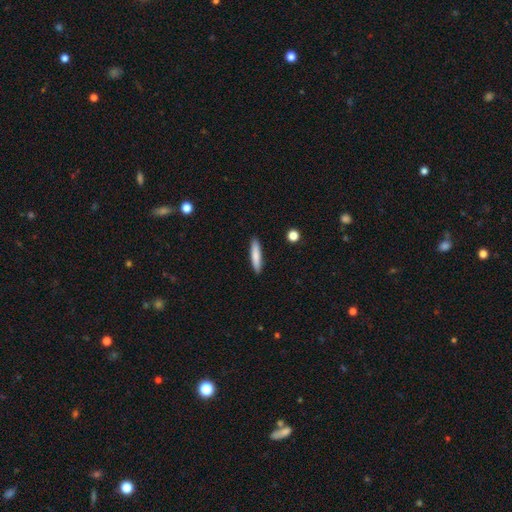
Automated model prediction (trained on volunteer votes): Smooth or featured: smooth — 81% (featured or disk — 13%)
How rounded: cigar-shaped — 86% (in between — 13%)
Merging: none — 91% (minor disturbance — 7%)